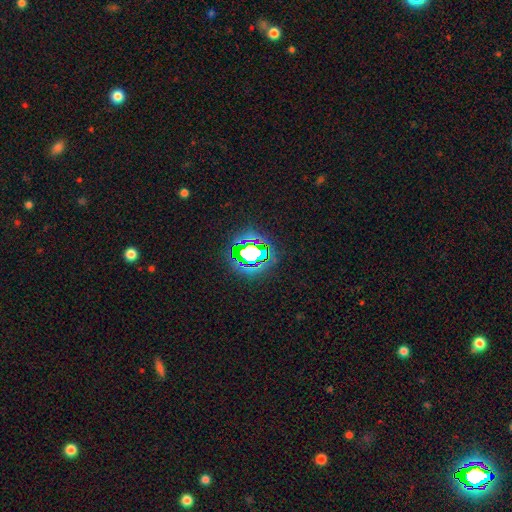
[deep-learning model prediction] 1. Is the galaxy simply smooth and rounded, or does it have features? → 55% star or artifact, 28% smooth, 17% featured or disk.